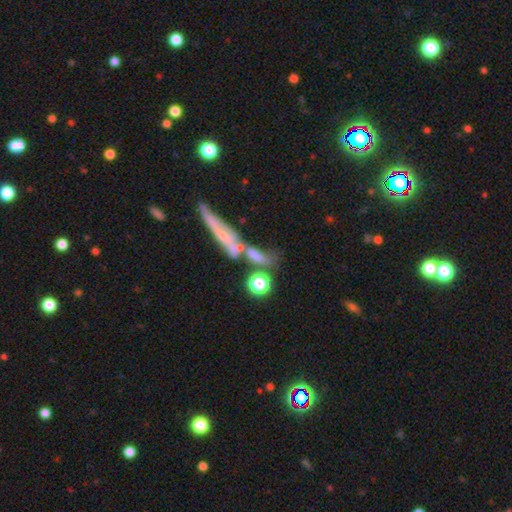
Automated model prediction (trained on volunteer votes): The model was most divided on "merging": merger: 41%, none: 33%, minor disturbance: 14%, major disturbance: 12%. Remaining: smooth or featured — smooth (56%); how rounded — cigar-shaped (49%).